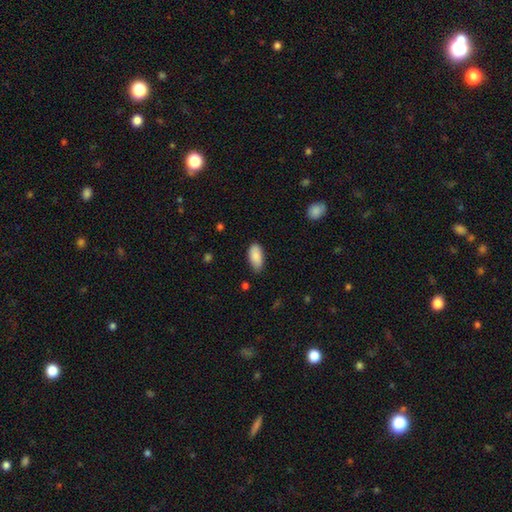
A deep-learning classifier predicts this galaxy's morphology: A smooth galaxy with no disk features (88%) that is in between round and cigar-shaped (91%).

Vote fractions:
- Smooth or featured? smooth: 88% / star or artifact: 7% / featured or disk: 5%
- How rounded? in between: 91% / cigar-shaped: 6% / round: 2%
- Merging? none: 71% / minor disturbance: 24% / major disturbance: 4% / merger: 1%